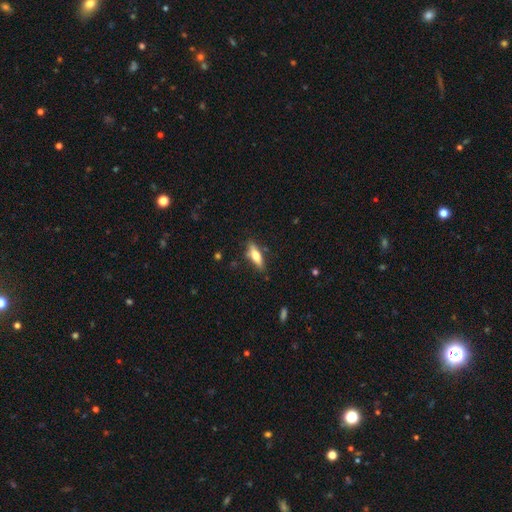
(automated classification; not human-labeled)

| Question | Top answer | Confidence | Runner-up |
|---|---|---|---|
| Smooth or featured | smooth | 58% | featured or disk (35%) |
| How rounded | cigar-shaped | 51% | in between (46%) |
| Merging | none | 78% | minor disturbance (16%) |